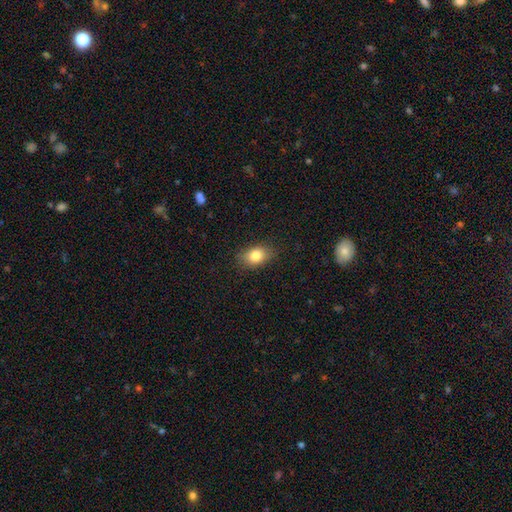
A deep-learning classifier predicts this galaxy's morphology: A smooth galaxy with no disk features (81%) that is in between round and cigar-shaped (78%).

Vote fractions:
- Smooth or featured? smooth: 81% / featured or disk: 9% / star or artifact: 9%
- How rounded? in between: 78% / round: 21% / cigar-shaped: 2%
- Merging? none: 85% / minor disturbance: 11% / major disturbance: 3% / merger: 1%